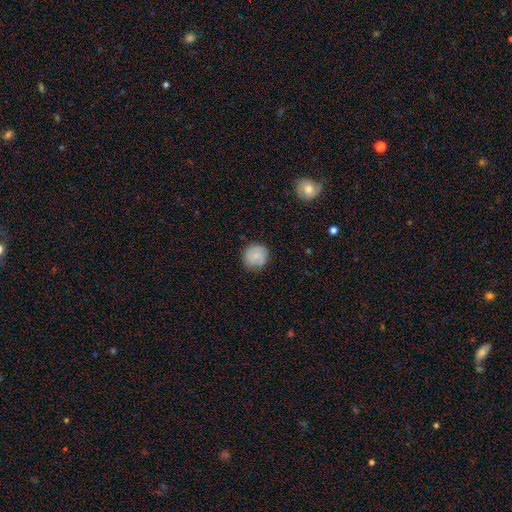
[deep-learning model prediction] Smooth or featured? Predicted: smooth (p=0.72). How rounded? Predicted: round (p=0.91). Merging? Predicted: none (p=0.82).